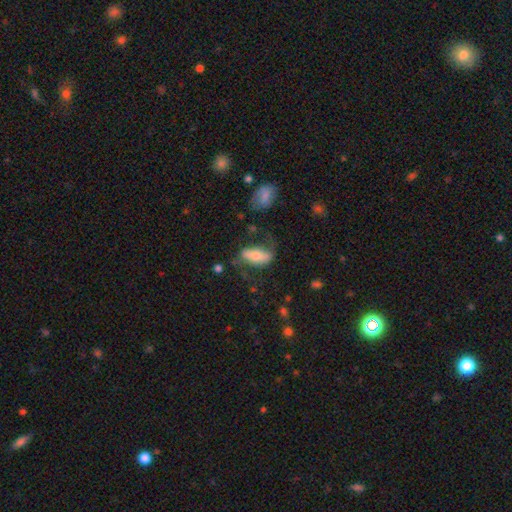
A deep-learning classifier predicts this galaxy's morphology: Smooth or featured? Predicted: smooth (p=0.52). How rounded? Predicted: in between (p=0.77). Merging? Predicted: none (p=0.53).